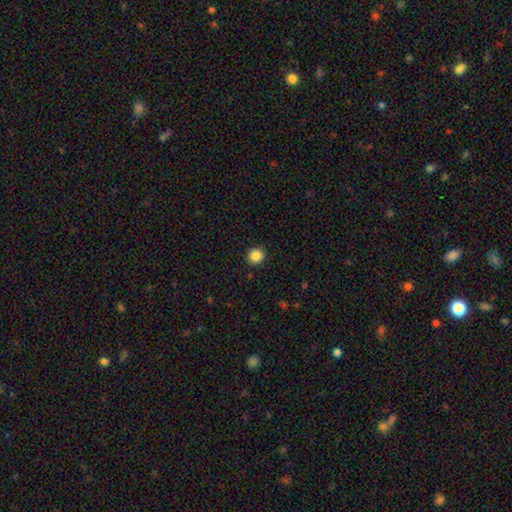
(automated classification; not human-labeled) Morphology: type=smooth (86%); roundness=round (89%); merging=none (92%).